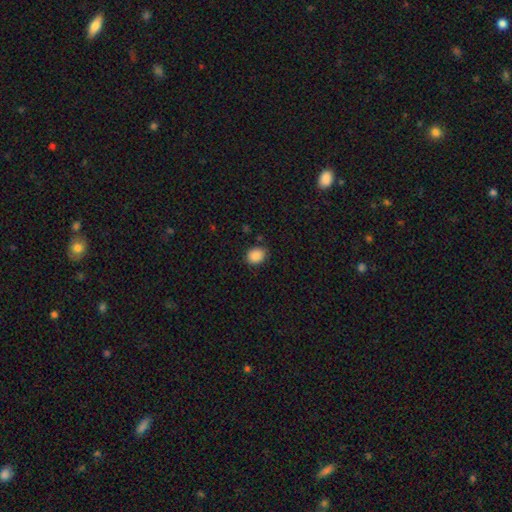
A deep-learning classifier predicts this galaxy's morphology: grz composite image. It shows a smooth galaxy with no disk features (88%) that is round (57%). Merging: none (85%).